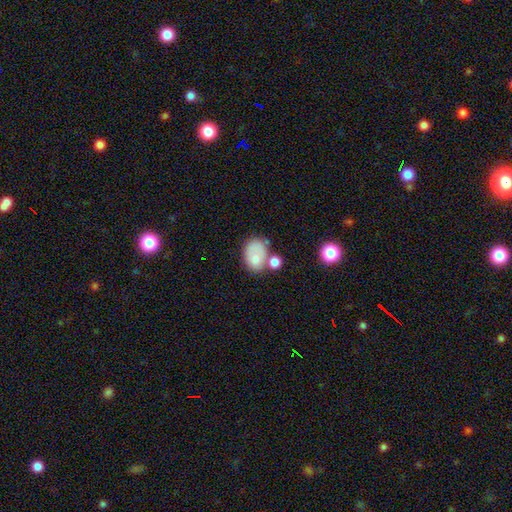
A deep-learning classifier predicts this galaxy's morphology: smooth 75%, featured or disk 15%, star or artifact 10%. Down the decision tree: how rounded — in between (74%); merging — none (42%).